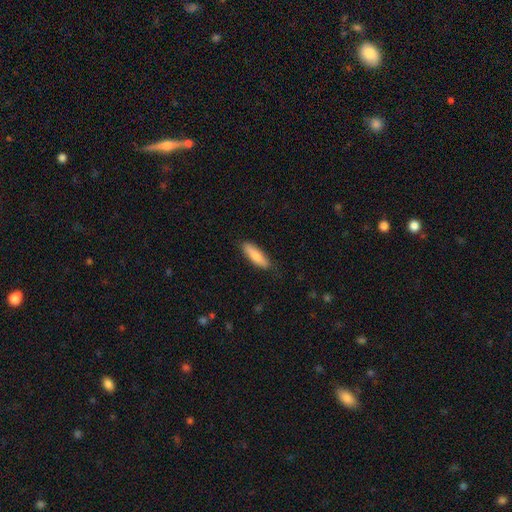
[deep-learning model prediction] Smooth or featured? Predicted: smooth (p=0.85). How rounded? Predicted: cigar-shaped (p=0.61). Merging? Predicted: none (p=0.85).